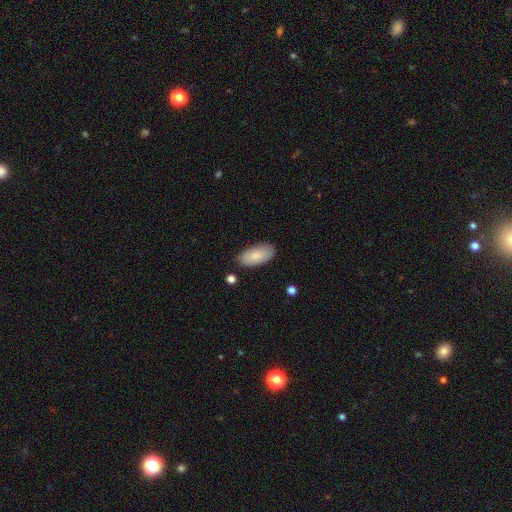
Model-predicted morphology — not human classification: type=smooth (85%); roundness=in between (93%); merging=none (85%).